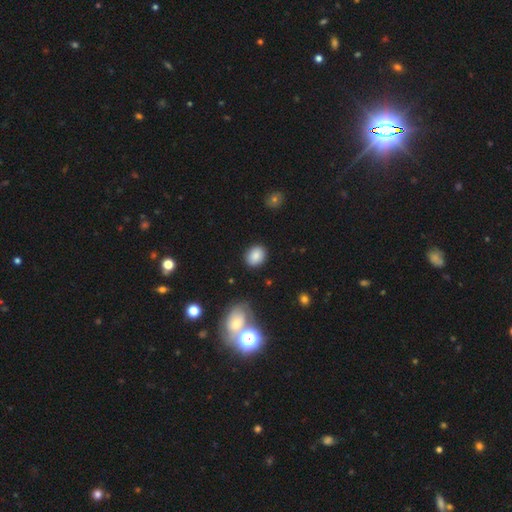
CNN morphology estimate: Smooth or featured?
  - smooth: 84% *
  - star or artifact: 9%
  - featured or disk: 7%
How rounded?
  - round: 52% *
  - in between: 47%
  - cigar-shaped: 1%
Merging?
  - none: 87% *
  - minor disturbance: 9%
  - major disturbance: 3%
  - merger: 2%